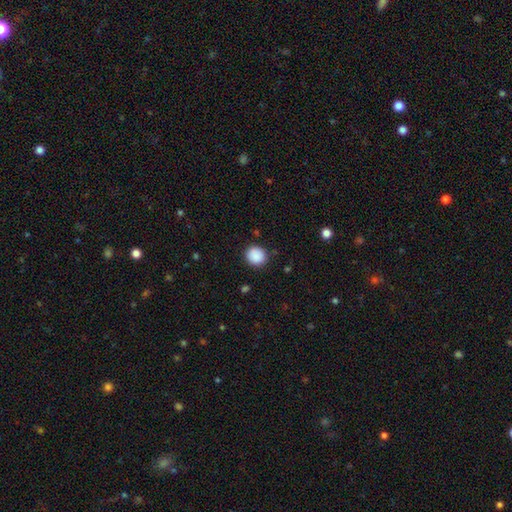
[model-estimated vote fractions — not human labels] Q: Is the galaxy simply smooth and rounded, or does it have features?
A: smooth — 89%.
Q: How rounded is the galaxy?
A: round — 87%.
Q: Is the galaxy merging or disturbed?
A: none — 88%.